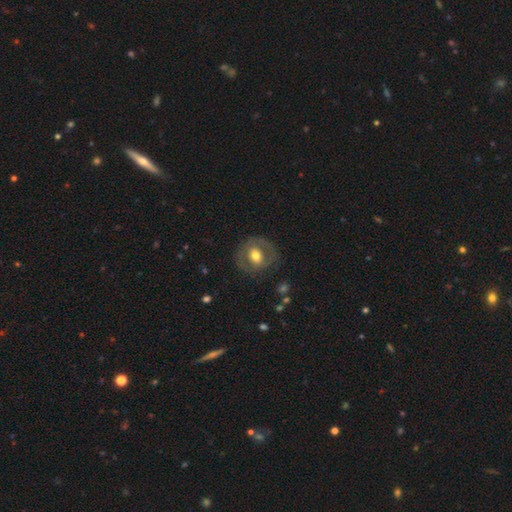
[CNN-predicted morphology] This appears to be a featured or disk galaxy (50%). Merging: none (78%).